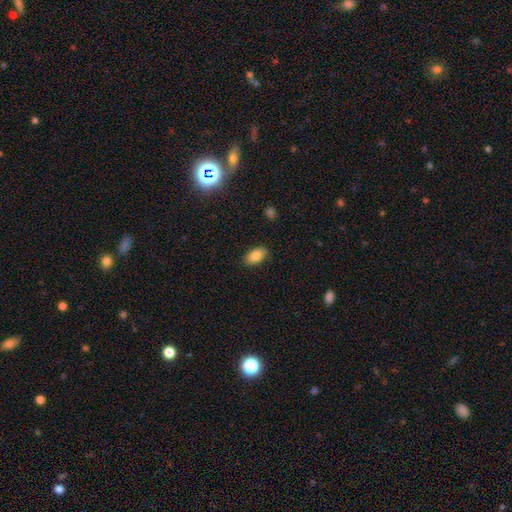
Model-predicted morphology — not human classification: smooth_or_featured: smooth (p=0.82) [alt: featured or disk p=0.10]
how_rounded: in between (p=0.92) [alt: round p=0.05]
merging: none (p=0.87) [alt: minor disturbance p=0.10]